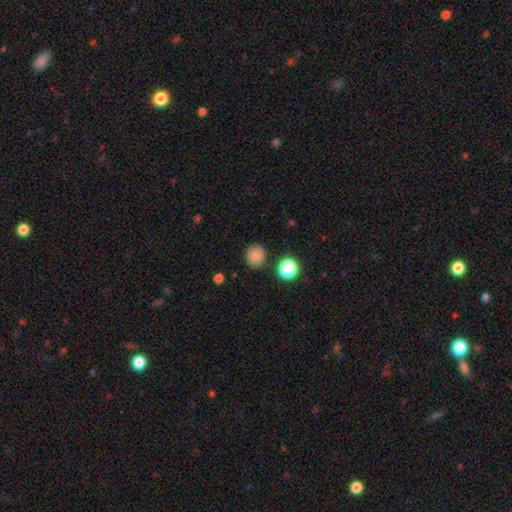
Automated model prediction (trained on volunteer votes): smooth 81%, star or artifact 12%, featured or disk 7%. Down the decision tree: how rounded — round (82%); merging — none (83%).